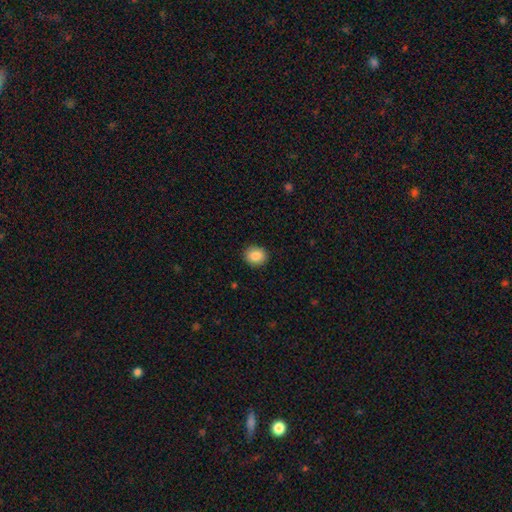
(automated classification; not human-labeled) A smooth galaxy with no disk features (87%) that is round (73%). Merging: none (90%).